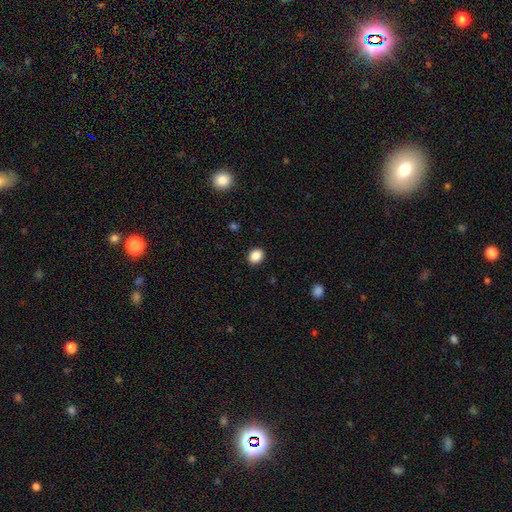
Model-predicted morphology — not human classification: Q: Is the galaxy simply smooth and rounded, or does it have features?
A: smooth — 88%.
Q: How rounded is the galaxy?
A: round — 58%.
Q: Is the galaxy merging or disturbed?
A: none — 91%.